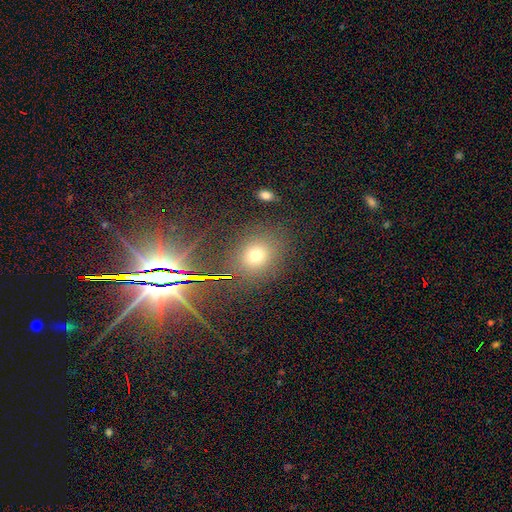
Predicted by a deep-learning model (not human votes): Smooth or featured? Predicted: smooth (p=0.61). How rounded? Predicted: round (p=0.64). Merging? Predicted: none (p=0.83).